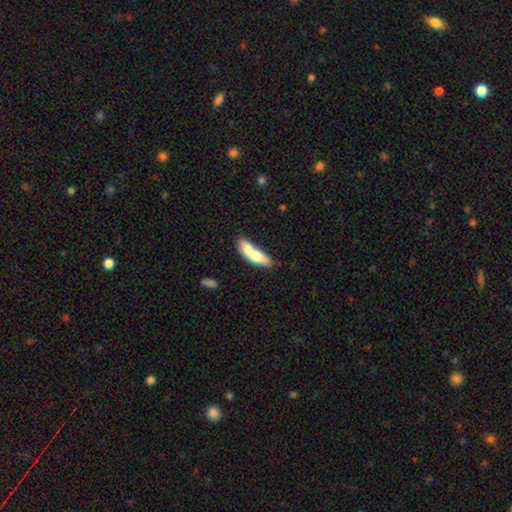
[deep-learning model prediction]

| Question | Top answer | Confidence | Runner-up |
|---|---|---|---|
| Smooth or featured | smooth | 64% | featured or disk (30%) |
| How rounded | cigar-shaped | 50% | in between (46%) |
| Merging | merger | 54% | none (29%) |